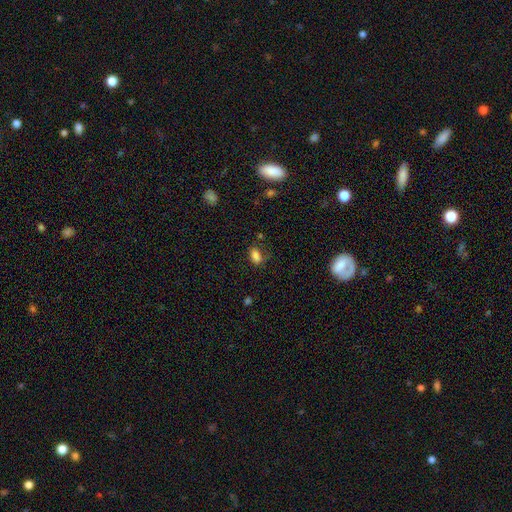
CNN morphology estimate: Smooth or featured? Predicted: smooth (p=0.82). How rounded? Predicted: in between (p=0.87). Merging? Predicted: none (p=0.62).